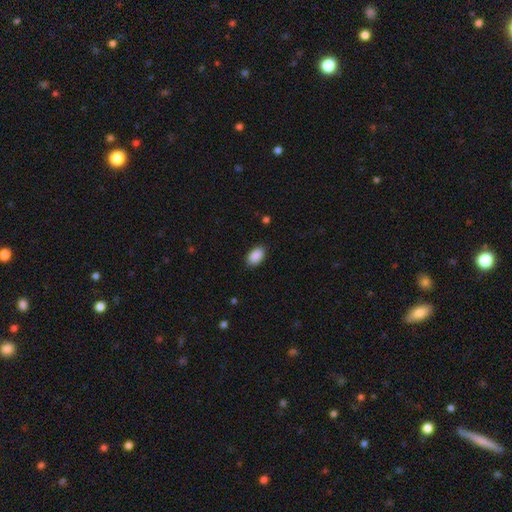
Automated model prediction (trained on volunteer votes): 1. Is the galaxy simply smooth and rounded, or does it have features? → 90% smooth, 7% star or artifact, 3% featured or disk.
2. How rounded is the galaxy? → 92% in between, 6% round, 1% cigar-shaped.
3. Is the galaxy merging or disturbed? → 86% none, 11% minor disturbance, 2% major disturbance, 1% merger.